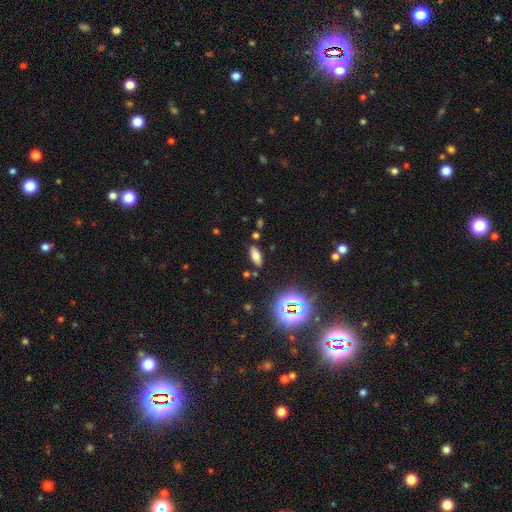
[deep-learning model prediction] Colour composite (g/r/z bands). It shows a smooth galaxy with no disk features (68%) that is in between round and cigar-shaped (83%). Merging: none (84%).